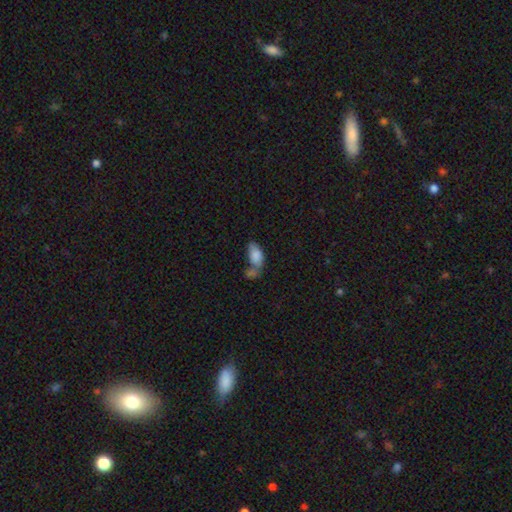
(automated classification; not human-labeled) A smooth galaxy with no disk features (80%) that is in between round and cigar-shaped (92%).

Vote fractions:
- Smooth or featured? smooth: 80% / featured or disk: 12% / star or artifact: 8%
- How rounded? in between: 92% / round: 5% / cigar-shaped: 3%
- Merging? merger: 49% / none: 25% / minor disturbance: 15% / major disturbance: 11%